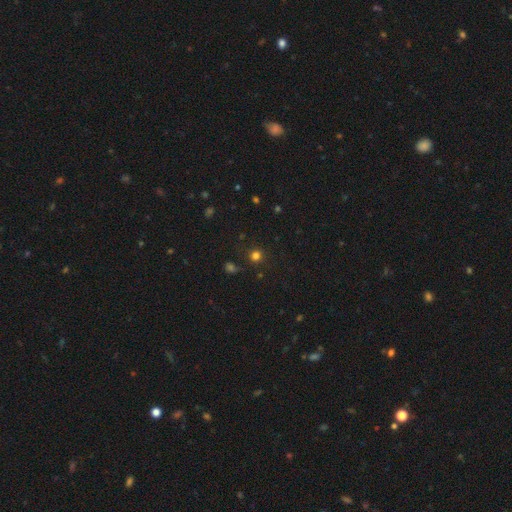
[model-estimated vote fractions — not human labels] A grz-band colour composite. It shows a smooth galaxy with no disk features (75%) that is round (92%). Merging: none (85%).